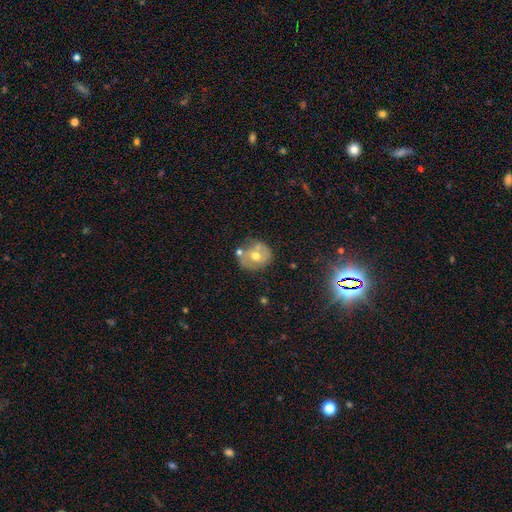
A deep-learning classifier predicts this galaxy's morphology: A smooth galaxy with no disk features (49%). Merging: none (64%).